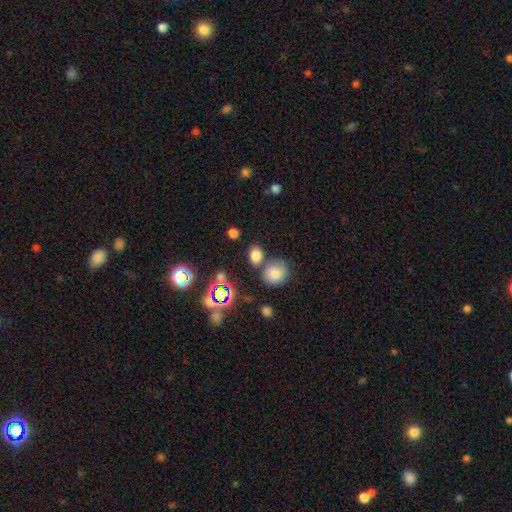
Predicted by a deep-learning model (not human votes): Q: Smooth or featured?
A: smooth (75%); runner-up: star or artifact (19%)
Q: How rounded?
A: in between (62%); runner-up: round (36%)
Q: Merging?
A: none (67%); runner-up: merger (18%)